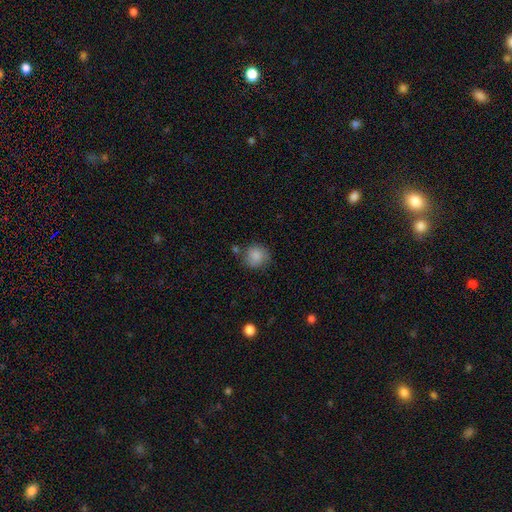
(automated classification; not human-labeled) This appears to be a smooth galaxy with no disk features (86%) that is round (88%). Merging: none (72%).